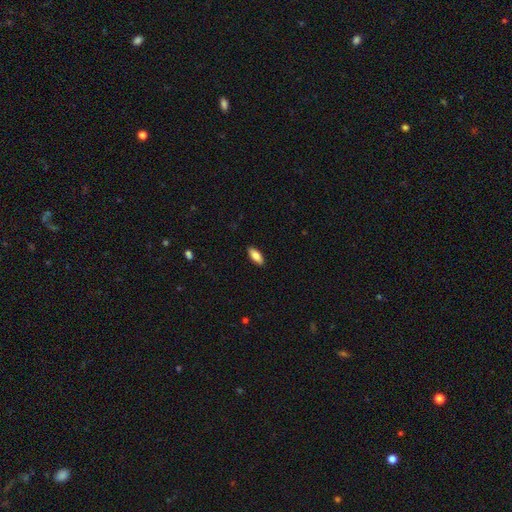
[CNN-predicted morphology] This is clearly a smooth galaxy (83%). How rounded: clearly in between (81%). Merging: clearly none (89%).